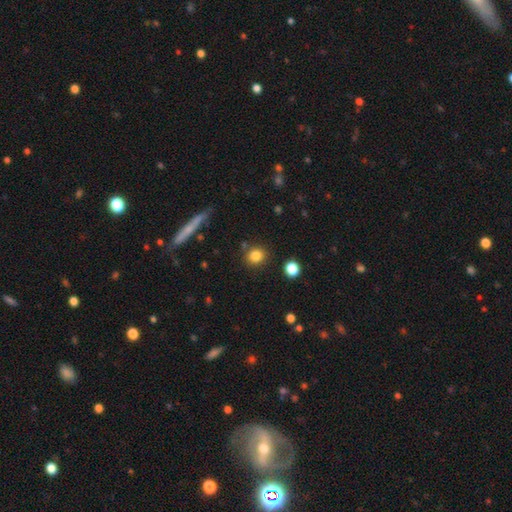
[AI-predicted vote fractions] Smooth or featured? Predicted: smooth (p=0.83). How rounded? Predicted: round (p=0.86). Merging? Predicted: none (p=0.86).